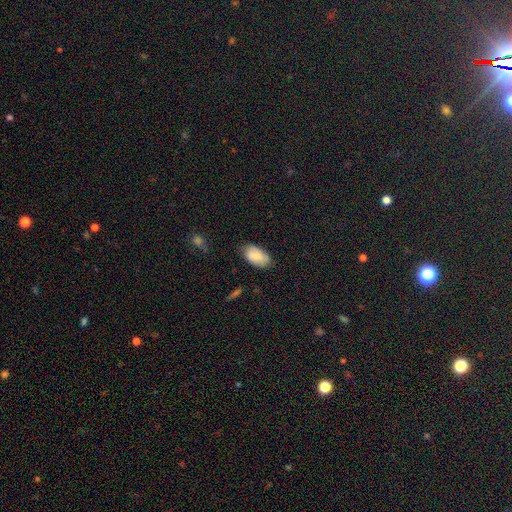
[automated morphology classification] A smooth galaxy with no disk features (83%) that is in between round and cigar-shaped (95%).

Vote fractions:
- Smooth or featured? smooth: 83% / featured or disk: 10% / star or artifact: 7%
- How rounded? in between: 95% / round: 3% / cigar-shaped: 2%
- Merging? none: 77% / minor disturbance: 18% / major disturbance: 3% / merger: 2%